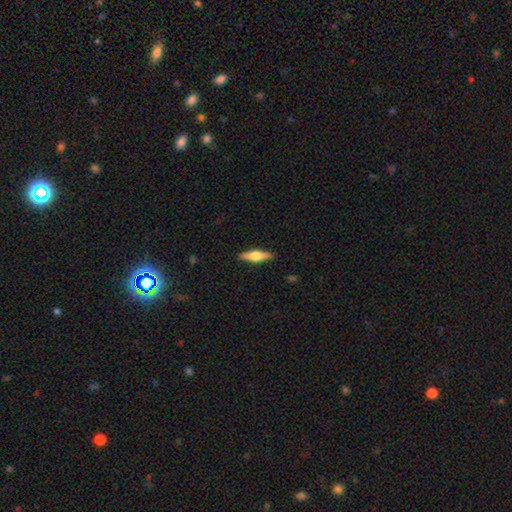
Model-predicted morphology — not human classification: Q: Smooth or featured?
A: featured or disk (54%); runner-up: smooth (40%)
Q: Edge-on disk?
A: yes (96%); runner-up: no (4%)
Q: Edge-on bulge?
A: rounded (91%); runner-up: boxy (7%)
Q: Merging?
A: none (90%); runner-up: minor disturbance (7%)